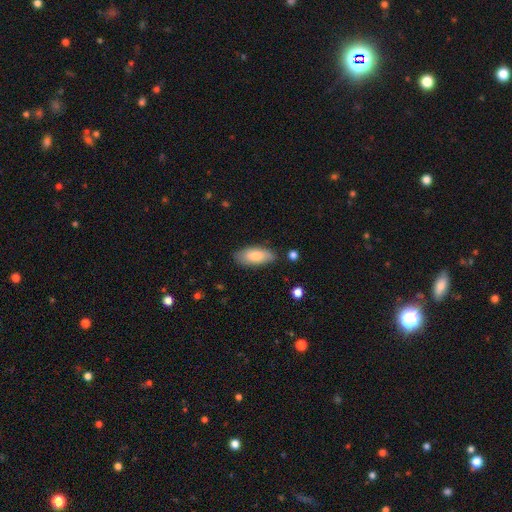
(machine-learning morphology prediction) smooth 78%, featured or disk 16%, star or artifact 6%. Down the decision tree: how rounded — in between (85%); merging — none (80%).